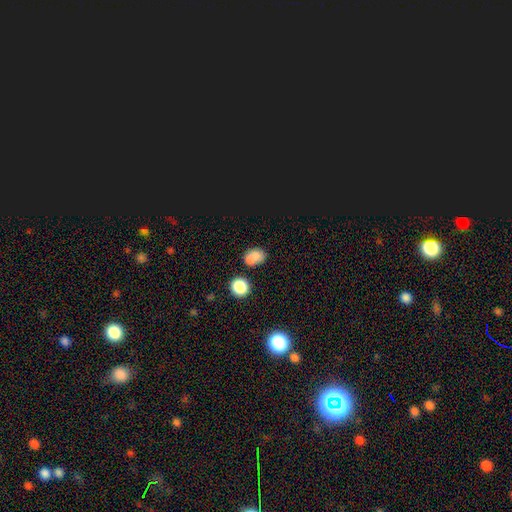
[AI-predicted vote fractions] Q: Smooth or featured?
A: smooth (76%); runner-up: star or artifact (15%)
Q: How rounded?
A: in between (58%); runner-up: round (40%)
Q: Merging?
A: none (54%); runner-up: merger (24%)